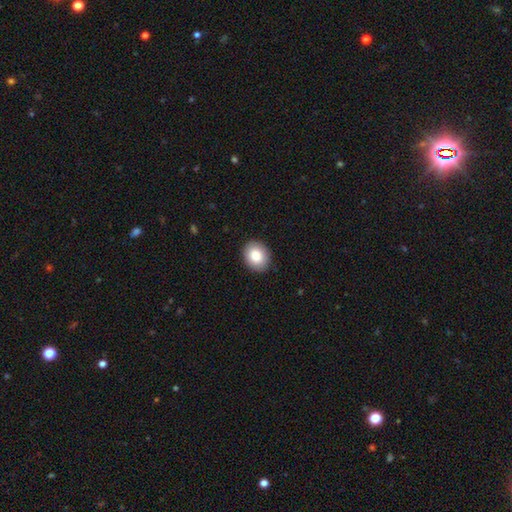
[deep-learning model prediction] Smooth or featured: smooth — 84% (featured or disk — 8%)
How rounded: round — 52% (in between — 47%)
Merging: none — 90% (minor disturbance — 7%)